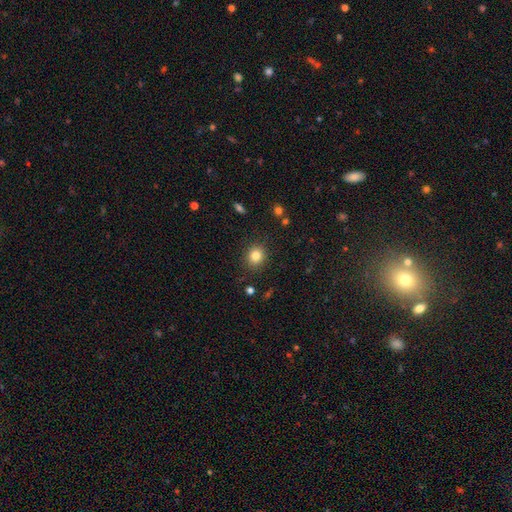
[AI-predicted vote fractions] This appears to be a smooth galaxy with no disk features (82%) that is round (80%). Merging: none (88%).